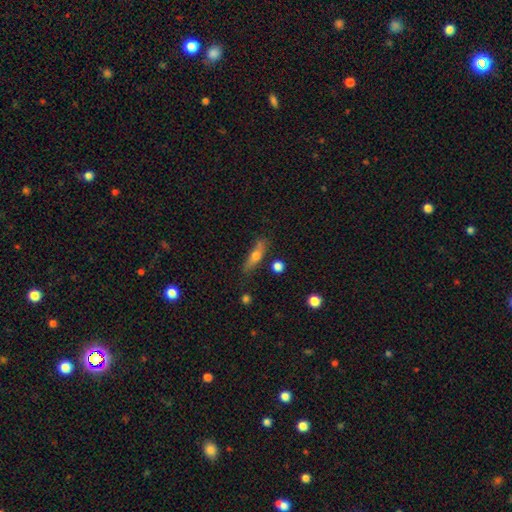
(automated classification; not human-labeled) Morphology: type=smooth (56%); roundness=cigar-shaped (68%); merging=none (73%).